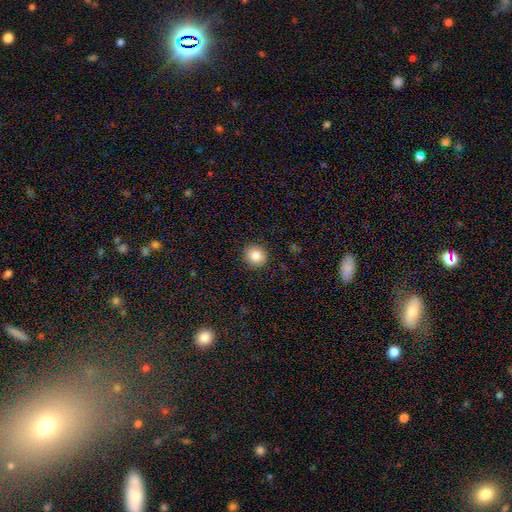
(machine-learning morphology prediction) type=smooth (85%); roundness=round (88%); merging=none (91%).